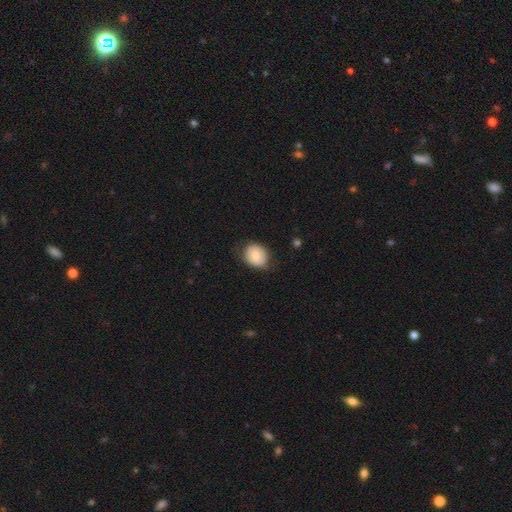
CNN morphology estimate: Smooth or featured: smooth — 77% (featured or disk — 16%)
How rounded: round — 62% (in between — 37%)
Merging: none — 76% (minor disturbance — 19%)